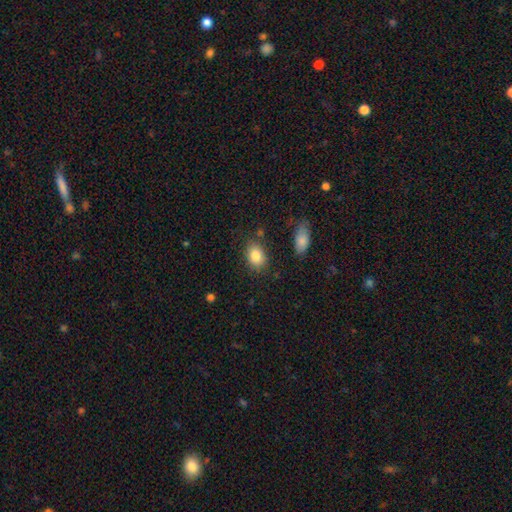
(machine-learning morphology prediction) Overall: smooth (85%). How rounded: in between (74%). Merging: none (80%).